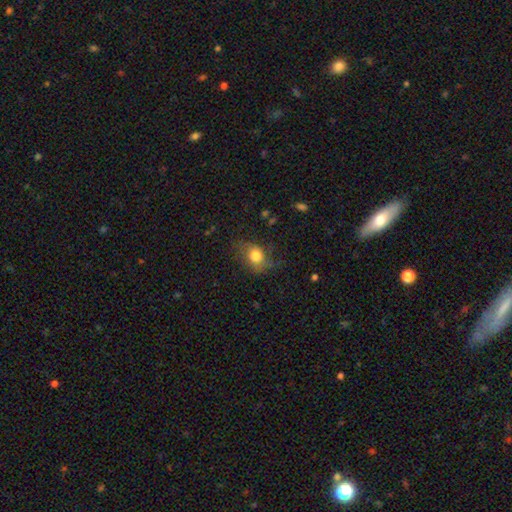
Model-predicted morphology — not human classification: Smooth or featured?
  - smooth: 73% *
  - featured or disk: 17%
  - star or artifact: 10%
How rounded?
  - in between: 50% *
  - round: 48%
  - cigar-shaped: 1%
Merging?
  - none: 61% *
  - minor disturbance: 25%
  - major disturbance: 12%
  - merger: 2%